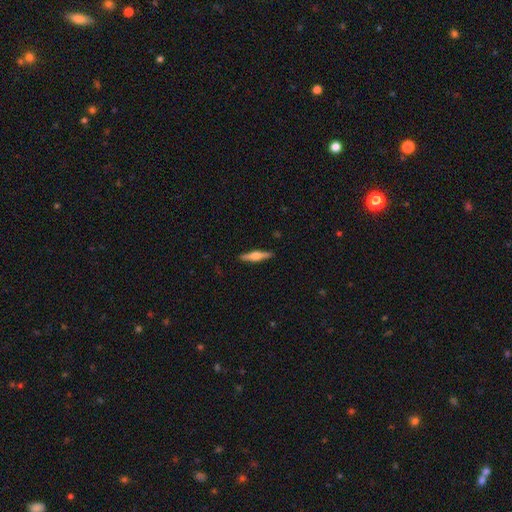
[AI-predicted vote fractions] A featured or disk galaxy (62%) viewed edge-on (97%) with a rounded central bulge (89%). Merging: none (90%).